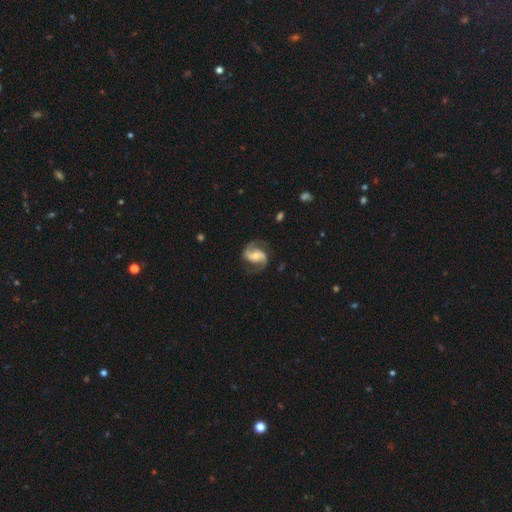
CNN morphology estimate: Smooth or featured?
  - featured or disk: 90% *
  - smooth: 5%
  - star or artifact: 4%
Edge-on disk?
  - no: 98% *
  - yes: 2%
Bar?
  - no: 41% *
  - weak: 37%
  - strong: 22%
Spiral arms?
  - yes: 98% *
  - no: 2%
Spiral winding?
  - medium: 54% *
  - loose: 30%
  - tight: 16%
Spiral arm count?
  - 2: 93% *
  - can't tell: 2%
  - 1: 2%
  - 3: 1%
  - 4: 1%
  - more than 4: 1%
Bulge size?
  - moderate: 54% *
  - small: 39%
  - large: 4%
  - none: 2%
  - dominant: 1%
Merging?
  - none: 80% *
  - minor disturbance: 13%
  - major disturbance: 6%
  - merger: 1%